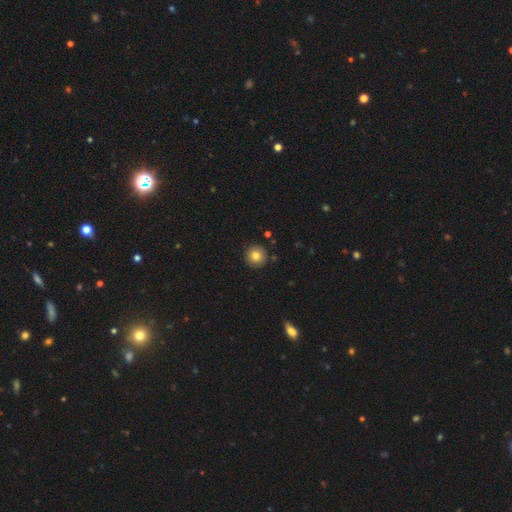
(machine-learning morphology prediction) smooth 80%, star or artifact 10%, featured or disk 10%. Down the decision tree: how rounded — round (95%); merging — none (90%).